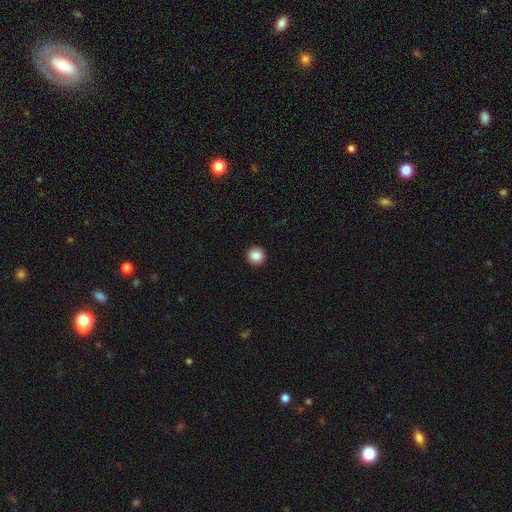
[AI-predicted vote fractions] The model was most divided on "smooth or featured": smooth: 87%, star or artifact: 9%, featured or disk: 4%. More confident: how rounded — round (96%); merging — none (94%).